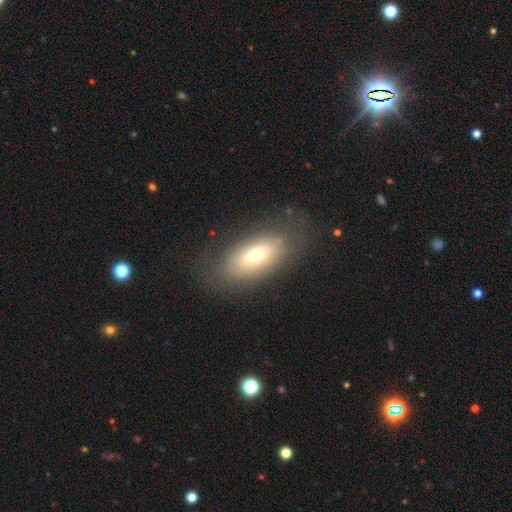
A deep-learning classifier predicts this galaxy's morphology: Smooth or featured? smooth (66%)
How rounded? in between (88%)
Merging? none (74%)